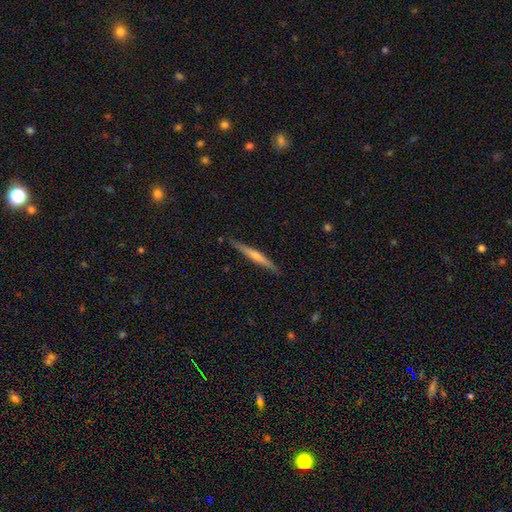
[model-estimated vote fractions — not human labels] This is likely a featured or disk galaxy (69%). It is clearly viewed edge-on (98%). Edge-on bulge: likely rounded (67%). Merging: clearly none (91%).